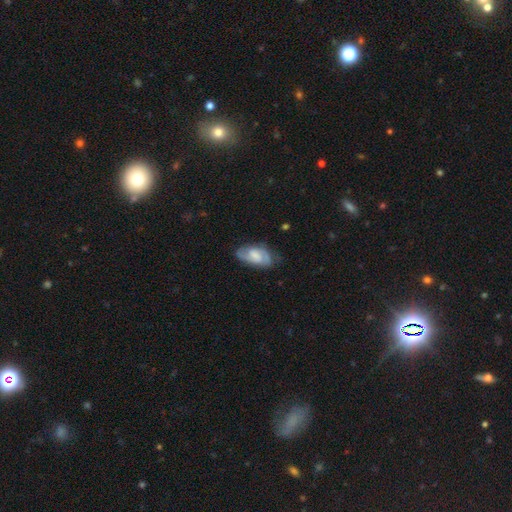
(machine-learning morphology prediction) Overall: featured or disk (57%; smooth 36%). Edge-on disk: no (94%). Bar: weak (47%; no 39%). Spiral arms: yes (84%). Bulge size: moderate (31%; small 27%). Merging: none (66%).